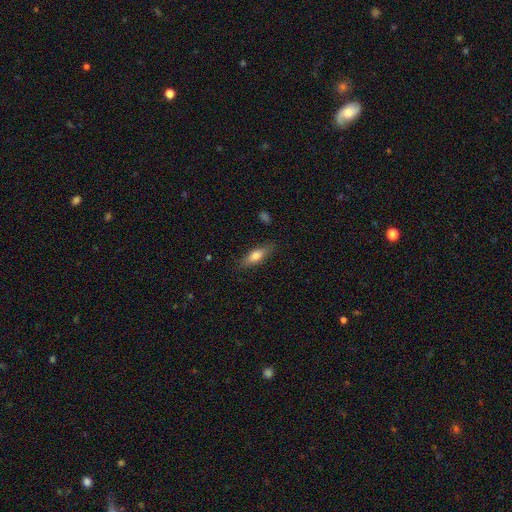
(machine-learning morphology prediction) smooth 69%, featured or disk 24%, star or artifact 7%. Down the decision tree: how rounded — in between (50%); merging — none (84%).